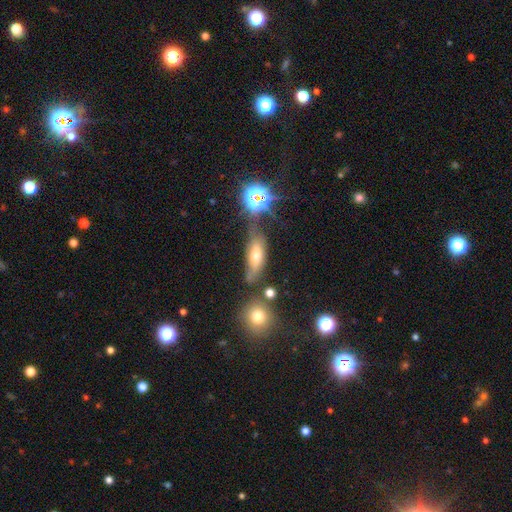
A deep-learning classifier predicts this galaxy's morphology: Overall: smooth (48%; featured or disk 30%). Merging: none (47%; minor disturbance 26%).